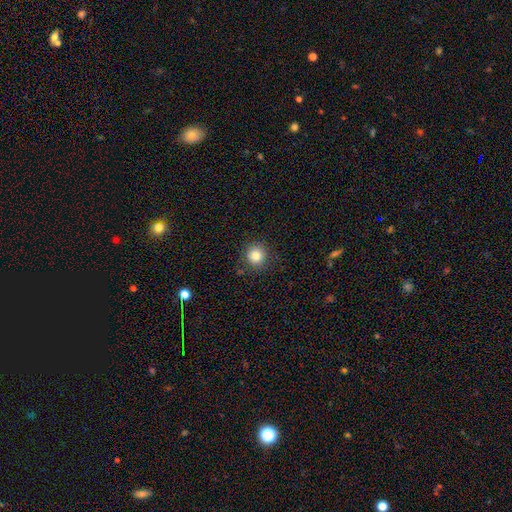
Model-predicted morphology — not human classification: smooth-or-featured: smooth: 83% | star or artifact: 11% | featured or disk: 6%
  how-rounded: round: 93% | in between: 6% | cigar-shaped: 1%
  merging: none: 87% | minor disturbance: 9% | major disturbance: 3% | merger: 2%